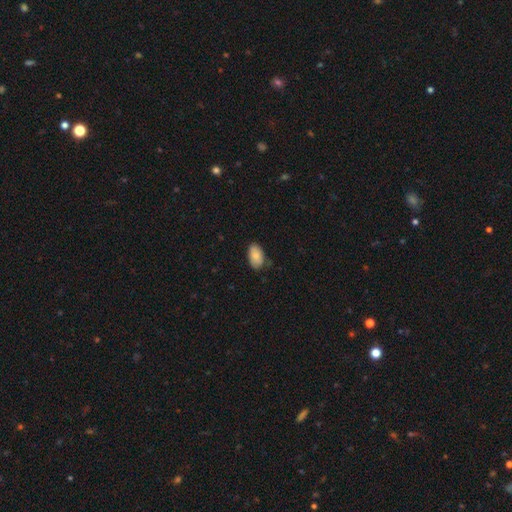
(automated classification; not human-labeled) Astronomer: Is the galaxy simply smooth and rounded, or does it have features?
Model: smooth — 84%.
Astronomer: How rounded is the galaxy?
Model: in between — 94%.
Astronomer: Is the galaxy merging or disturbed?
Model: none — 70%.